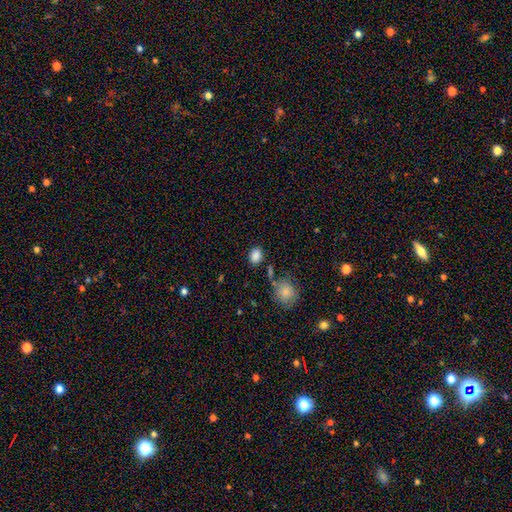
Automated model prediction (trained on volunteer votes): A smooth galaxy with no disk features (86%) that is in between round and cigar-shaped (59%). Merging: none (79%).